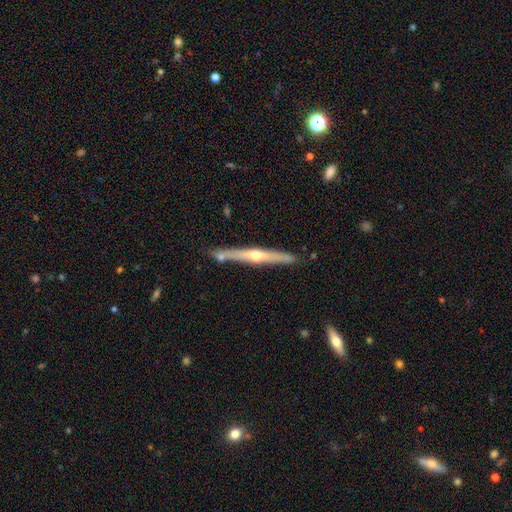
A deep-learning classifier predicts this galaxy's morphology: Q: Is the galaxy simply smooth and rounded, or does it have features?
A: featured or disk — 74%.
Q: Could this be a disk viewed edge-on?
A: yes — 97%.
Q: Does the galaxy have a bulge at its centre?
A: rounded — 85%.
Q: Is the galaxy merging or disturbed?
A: none — 83%.